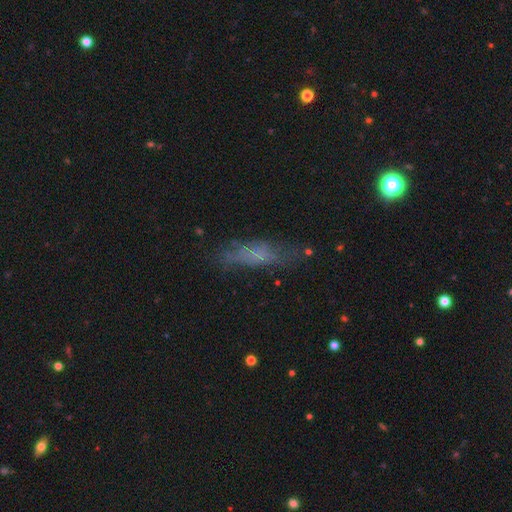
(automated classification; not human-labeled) The model was most divided on "smooth or featured": smooth: 50%, featured or disk: 34%, star or artifact: 15%. More confident: merging — none (66%); how rounded — cigar-shaped (63%).